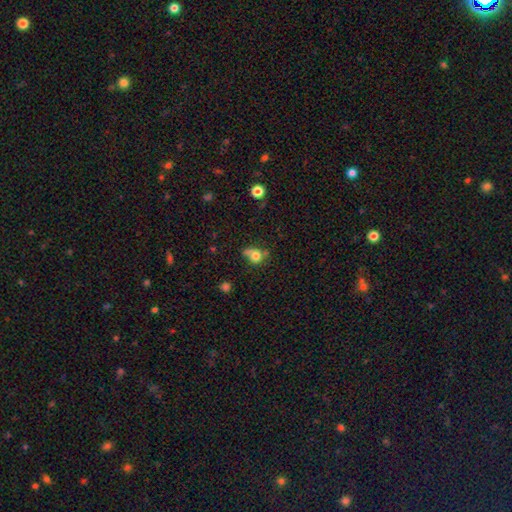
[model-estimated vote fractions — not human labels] A smooth galaxy with no disk features (73%) that is round (70%).

Vote fractions:
- Smooth or featured? smooth: 73% / featured or disk: 15% / star or artifact: 12%
- How rounded? round: 70% / in between: 29% / cigar-shaped: 2%
- Merging? none: 42% / minor disturbance: 25% / major disturbance: 18% / merger: 16%